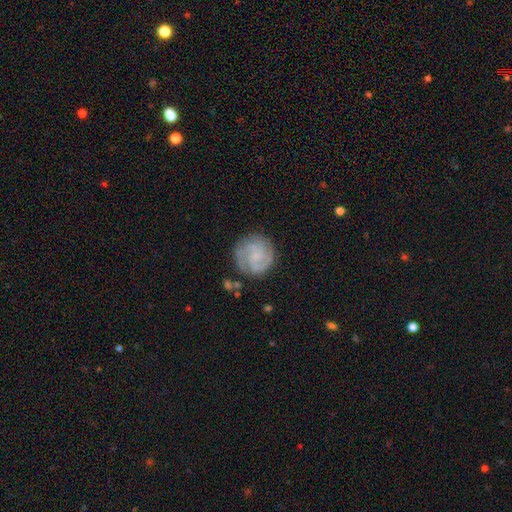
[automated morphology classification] smooth_or_featured: featured or disk (p=0.76) [alt: smooth p=0.18]
disk_edge_on: no (p=0.98) [alt: yes p=0.02]
bar: no (p=0.60) [alt: weak p=0.33]
has_spiral_arms: yes (p=0.95) [alt: no p=0.05]
spiral_winding: tight (p=0.52) [alt: medium p=0.38]
spiral_arm_count: 3 (p=0.38) [alt: 2 p=0.30]
bulge_size: small (p=0.48) [alt: none p=0.34]
merging: none (p=0.79) [alt: minor disturbance p=0.13]